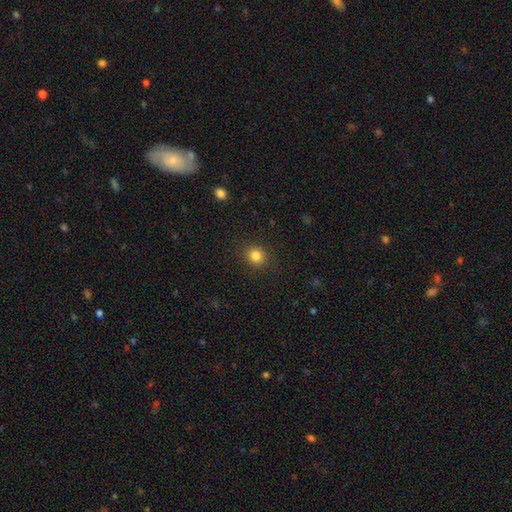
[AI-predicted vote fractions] The model was most divided on "how rounded": round: 80%, in between: 19%, cigar-shaped: 1%. More confident: merging — none (90%); smooth or featured — smooth (84%).